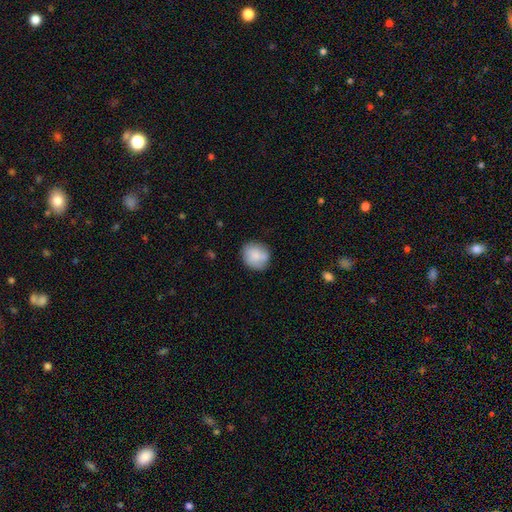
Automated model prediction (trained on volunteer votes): Smooth or featured? smooth (81%)
How rounded? round (79%)
Merging? none (78%)